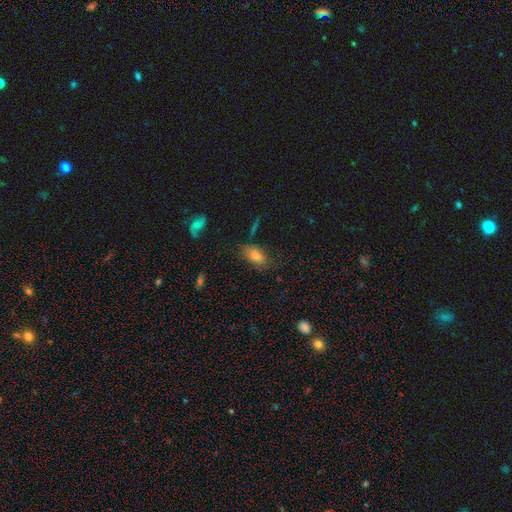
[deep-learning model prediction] smooth-or-featured: smooth: 74% | featured or disk: 14% | star or artifact: 13%
  how-rounded: in between: 88% | round: 7% | cigar-shaped: 5%
  merging: none: 71% | minor disturbance: 20% | major disturbance: 6% | merger: 3%